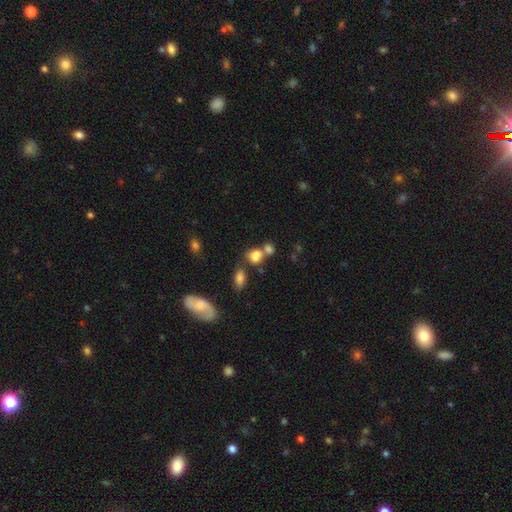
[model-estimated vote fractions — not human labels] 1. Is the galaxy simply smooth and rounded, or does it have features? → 77% smooth, 12% star or artifact, 11% featured or disk.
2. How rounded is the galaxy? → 57% in between, 40% round, 2% cigar-shaped.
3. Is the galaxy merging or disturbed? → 46% merger, 36% none, 11% minor disturbance, 6% major disturbance.